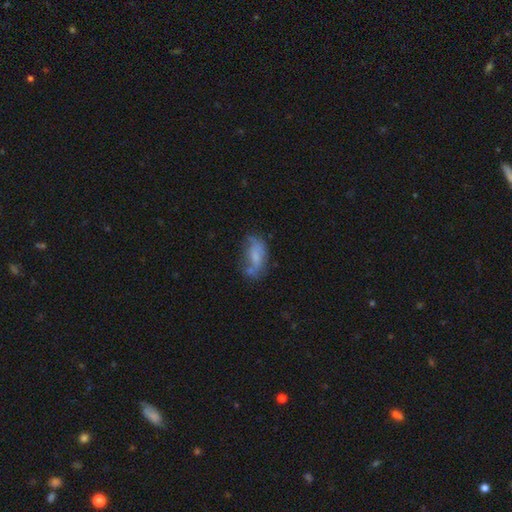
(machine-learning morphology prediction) smooth 54%, featured or disk 36%, star or artifact 10%. Down the decision tree: how rounded — in between (85%); merging — none (38%).